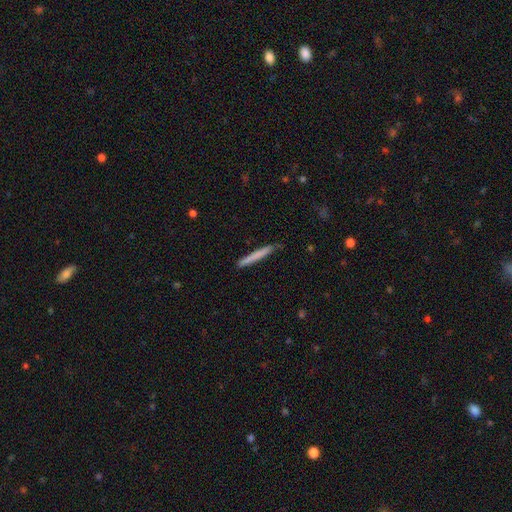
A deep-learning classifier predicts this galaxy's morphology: The model was most divided on "smooth or featured": smooth: 72%, featured or disk: 23%, star or artifact: 6%. More confident: how rounded — cigar-shaped (97%); merging — none (87%).